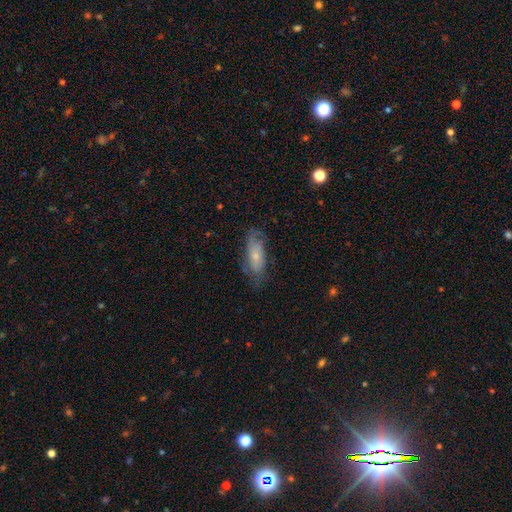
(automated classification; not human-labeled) Overall: featured or disk (47%; smooth 46%). Merging: none (62%; minor disturbance 24%).